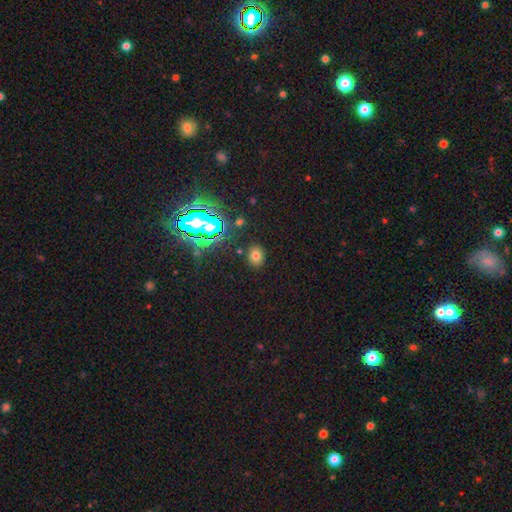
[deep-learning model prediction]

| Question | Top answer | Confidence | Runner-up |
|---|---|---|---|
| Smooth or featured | smooth | 67% | star or artifact (25%) |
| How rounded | round | 53% | in between (46%) |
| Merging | none | 86% | minor disturbance (8%) |